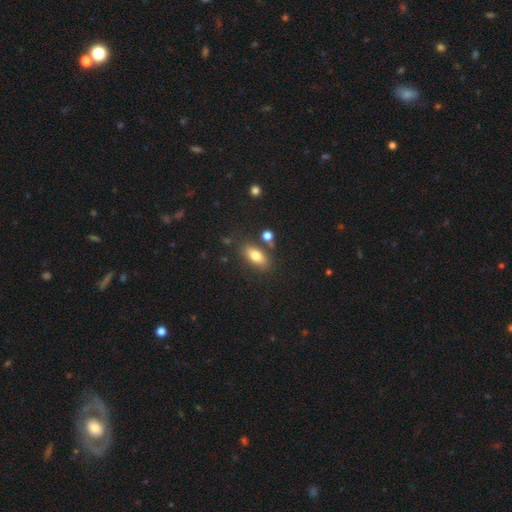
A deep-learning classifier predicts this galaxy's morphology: smooth 77%, featured or disk 15%, star or artifact 8%. Down the decision tree: how rounded — in between (84%); merging — none (75%).